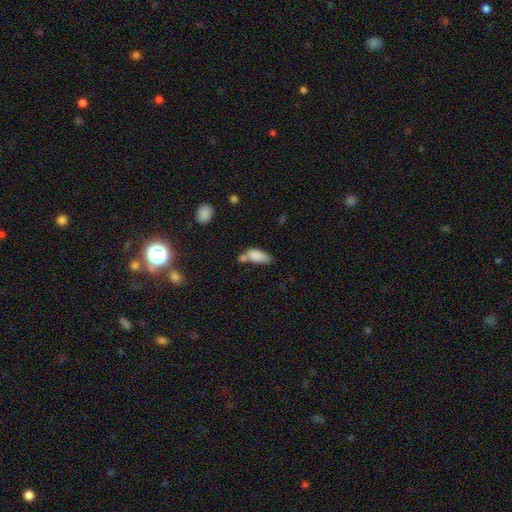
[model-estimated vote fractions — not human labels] smooth-or-featured: smooth: 81% | featured or disk: 11% | star or artifact: 8%
  how-rounded: in between: 82% | cigar-shaped: 15% | round: 3%
  merging: merger: 43% | none: 31% | minor disturbance: 18% | major disturbance: 9%